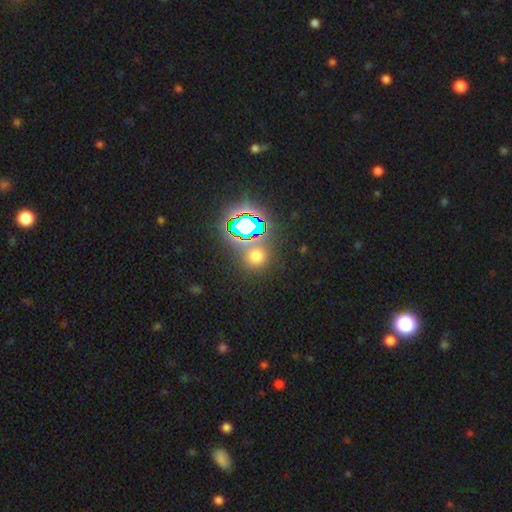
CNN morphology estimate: A smooth galaxy with no disk features (51%) that is round (88%). Merging: none (78%).